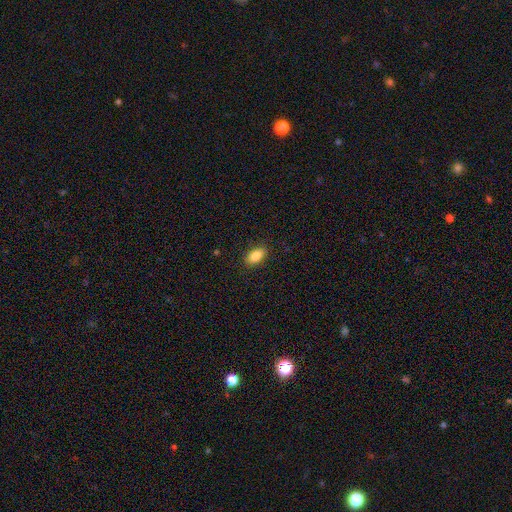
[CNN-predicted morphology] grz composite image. It shows a smooth galaxy with no disk features (85%) that is in between round and cigar-shaped (91%). Merging: none (89%).